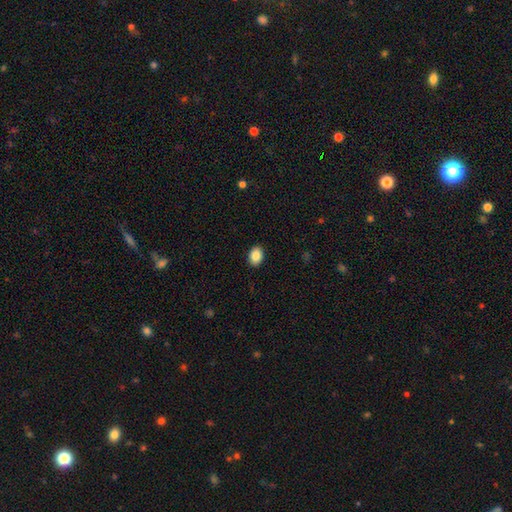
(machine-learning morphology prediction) smooth_or_featured: smooth (p=0.87) [alt: star or artifact p=0.08]
how_rounded: in between (p=0.72) [alt: round p=0.27]
merging: none (p=0.90) [alt: minor disturbance p=0.07]